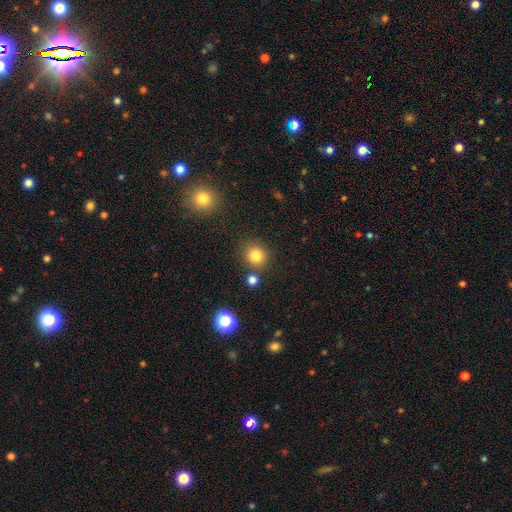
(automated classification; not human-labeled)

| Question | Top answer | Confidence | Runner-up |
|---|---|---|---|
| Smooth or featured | smooth | 81% | star or artifact (13%) |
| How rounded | round | 88% | in between (12%) |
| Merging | none | 81% | minor disturbance (9%) |